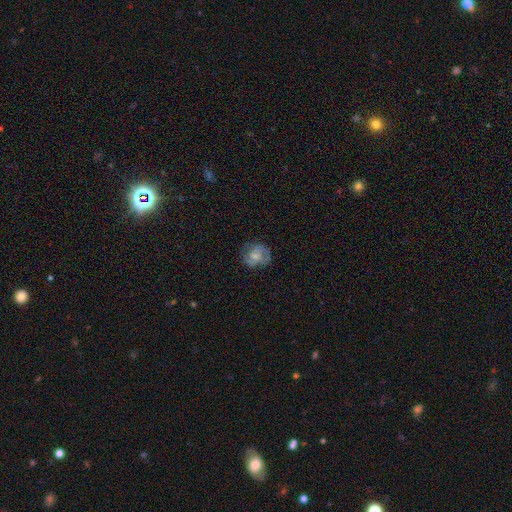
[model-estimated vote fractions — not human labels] This appears to be a smooth galaxy with no disk features (50%). Merging: none (65%).